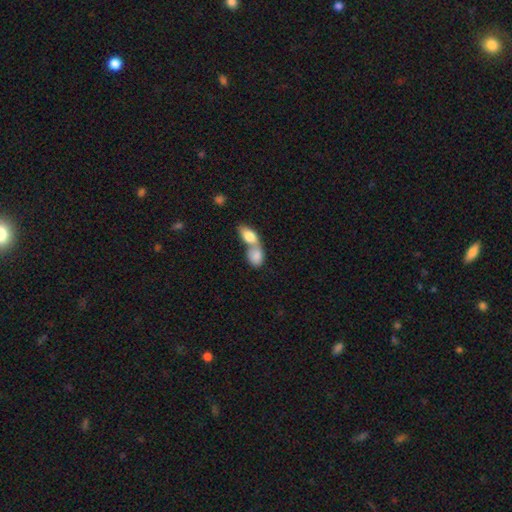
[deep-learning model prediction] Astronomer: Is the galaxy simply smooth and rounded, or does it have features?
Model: smooth — 81%.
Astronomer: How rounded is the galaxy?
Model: in between — 77%.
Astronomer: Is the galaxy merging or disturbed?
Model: merger — 79%.